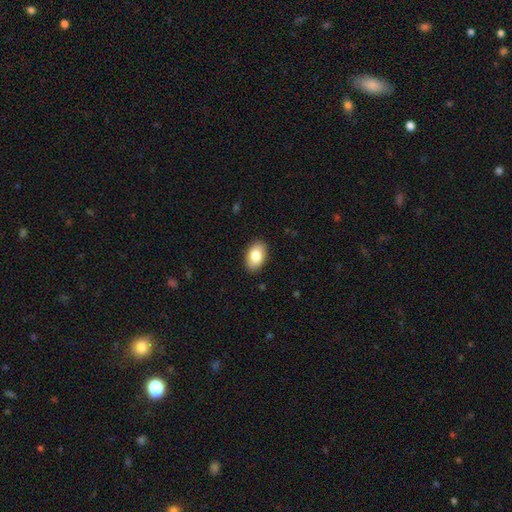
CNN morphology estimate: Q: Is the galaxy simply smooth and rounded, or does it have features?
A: smooth — 82%.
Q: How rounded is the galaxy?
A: in between — 91%.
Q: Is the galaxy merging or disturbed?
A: none — 89%.